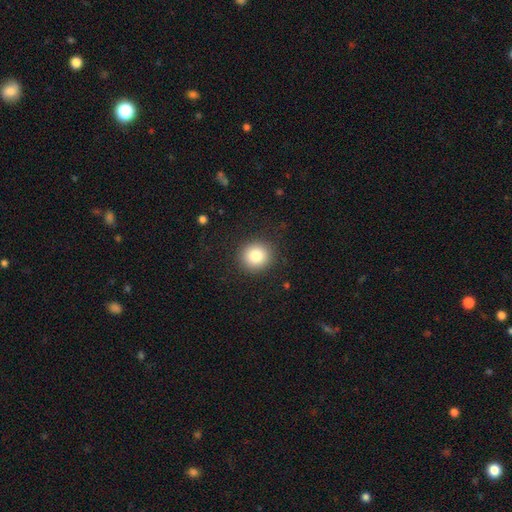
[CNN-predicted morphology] Smooth or featured: smooth — 83% (star or artifact — 10%)
How rounded: round — 90% (in between — 9%)
Merging: none — 90% (minor disturbance — 6%)